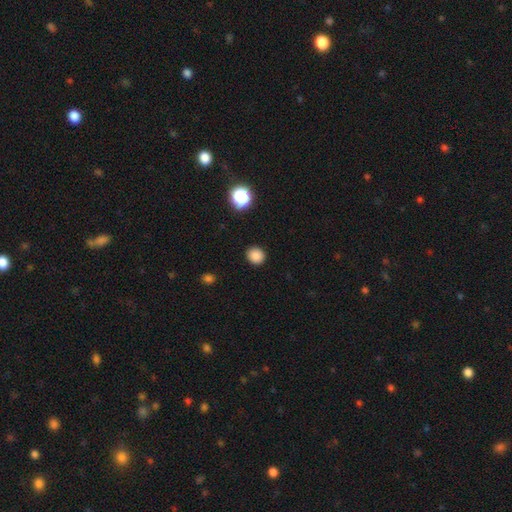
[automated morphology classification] A smooth galaxy with no disk features (85%) that is round (84%).

Vote fractions:
- Smooth or featured? smooth: 85% / star or artifact: 11% / featured or disk: 3%
- How rounded? round: 84% / in between: 16% / cigar-shaped: 1%
- Merging? none: 91% / minor disturbance: 6% / major disturbance: 2% / merger: 1%